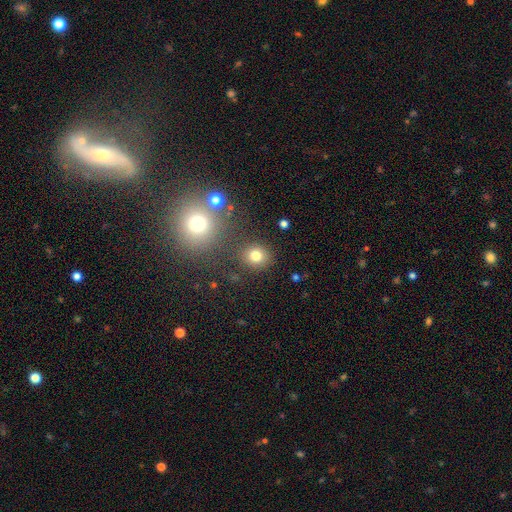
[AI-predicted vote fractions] The model was most divided on "how rounded": round: 82%, in between: 17%, cigar-shaped: 1%. More confident: merging — none (83%); smooth or featured — smooth (79%).